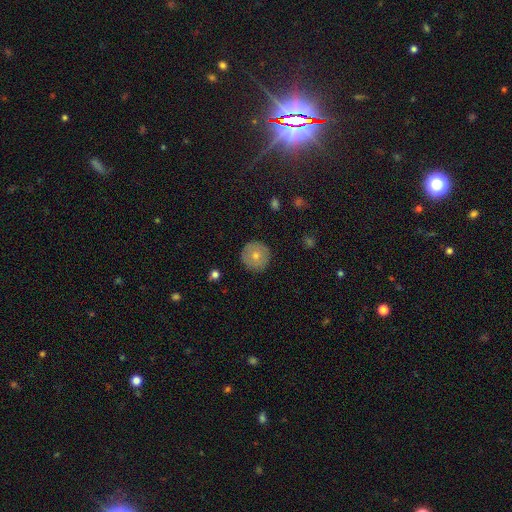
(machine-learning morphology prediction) Smooth or featured? Predicted: smooth (p=0.69). How rounded? Predicted: round (p=0.96). Merging? Predicted: none (p=0.90).